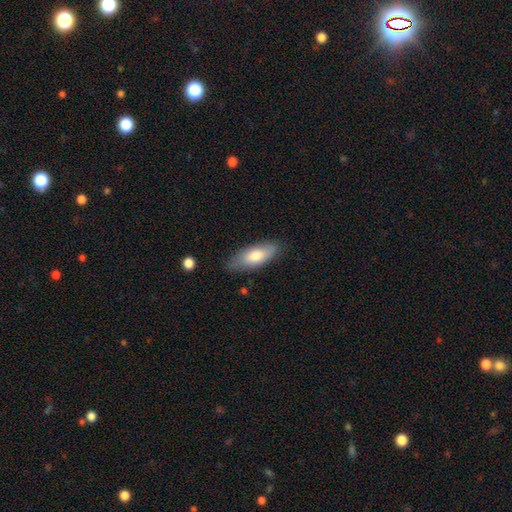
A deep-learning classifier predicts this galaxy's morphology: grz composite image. It shows a smooth galaxy with no disk features (74%) that is in between round and cigar-shaped (72%). Merging: none (81%).